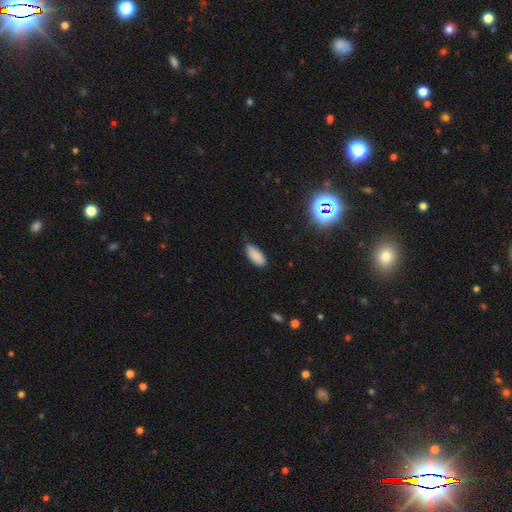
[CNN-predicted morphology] A smooth galaxy with no disk features (86%) that is in between round and cigar-shaped (86%). Merging: none (69%).